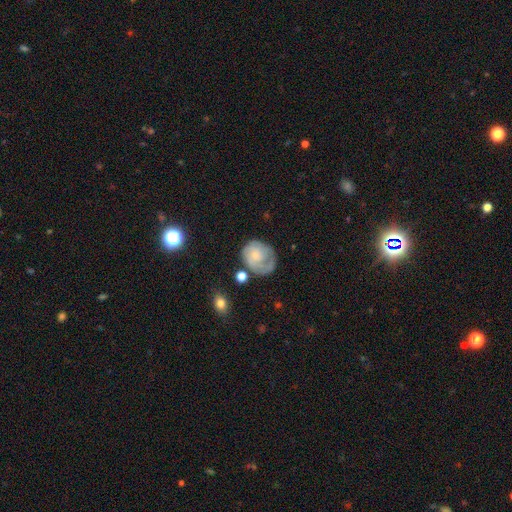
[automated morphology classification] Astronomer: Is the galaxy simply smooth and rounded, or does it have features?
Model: featured or disk — 54% (runner-up: smooth, 38%).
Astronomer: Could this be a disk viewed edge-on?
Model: no — 98%.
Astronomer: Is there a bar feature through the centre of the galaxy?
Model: no — 78%.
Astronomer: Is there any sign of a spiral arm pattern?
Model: yes — 78%.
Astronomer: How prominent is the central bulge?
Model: small — 59%.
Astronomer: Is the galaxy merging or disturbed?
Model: none — 50% (runner-up: minor disturbance, 26%).